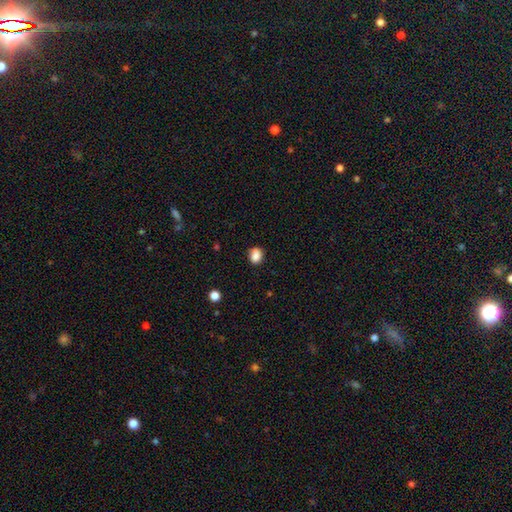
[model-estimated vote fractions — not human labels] smooth 86%, star or artifact 10%, featured or disk 4%. Down the decision tree: how rounded — in between (50%); merging — none (82%).